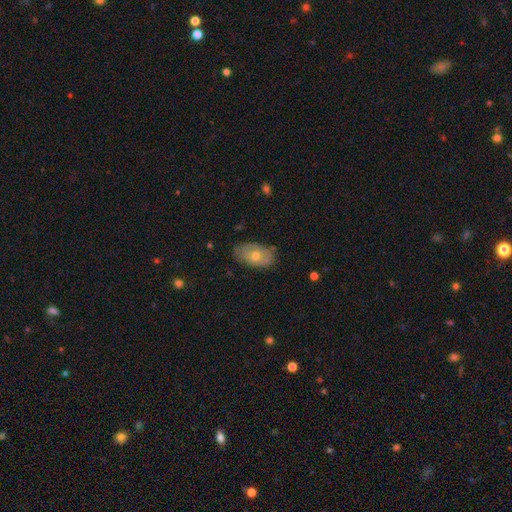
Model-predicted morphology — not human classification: Smooth or featured? Predicted: smooth (p=0.50). Merging? Predicted: none (p=0.77).